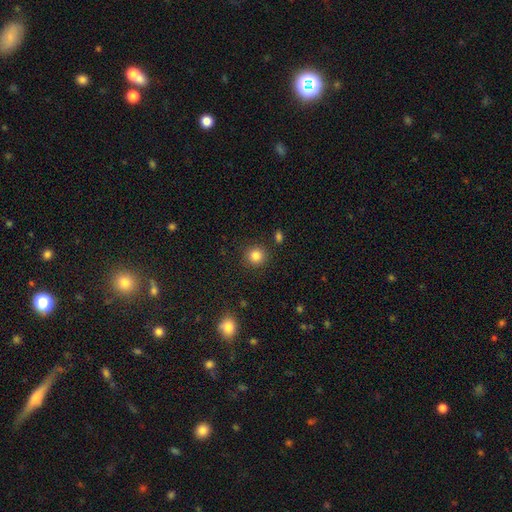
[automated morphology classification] smooth-or-featured: smooth: 84% | star or artifact: 11% | featured or disk: 5%
  how-rounded: round: 90% | in between: 9% | cigar-shaped: 1%
  merging: none: 88% | minor disturbance: 7% | merger: 3% | major disturbance: 3%